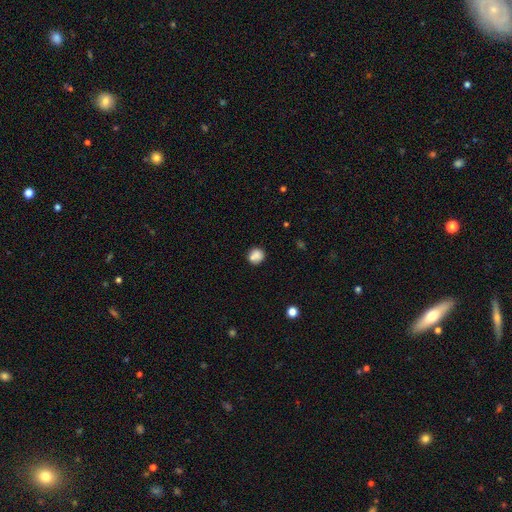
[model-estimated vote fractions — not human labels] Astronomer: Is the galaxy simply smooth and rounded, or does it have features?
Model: smooth — 84%.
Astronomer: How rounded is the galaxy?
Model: round — 82%.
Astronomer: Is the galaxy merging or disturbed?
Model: none — 69%.